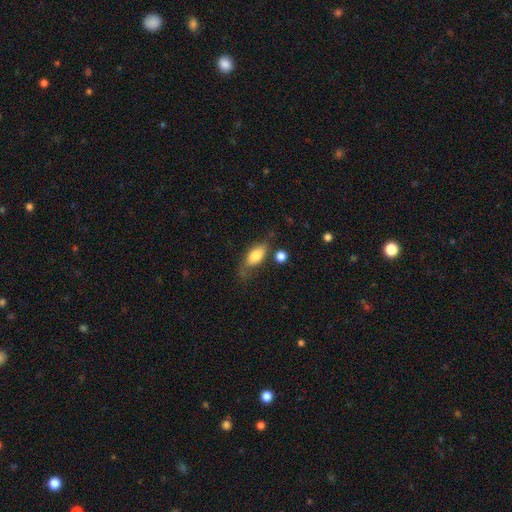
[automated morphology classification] Smooth or featured?
  - smooth: 79% *
  - featured or disk: 14%
  - star or artifact: 7%
How rounded?
  - in between: 85% *
  - cigar-shaped: 11%
  - round: 5%
Merging?
  - none: 54% *
  - minor disturbance: 26%
  - major disturbance: 11%
  - merger: 8%